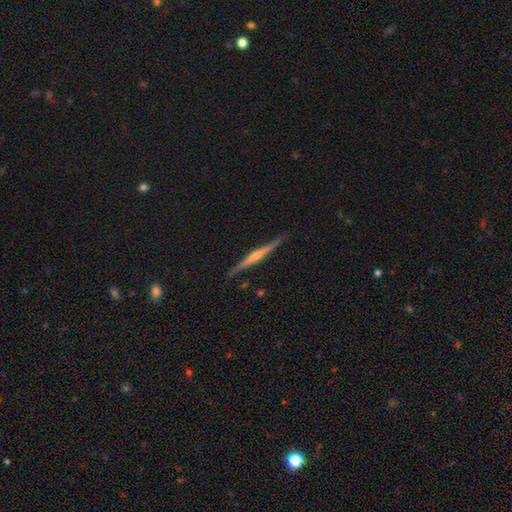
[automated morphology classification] This is likely a featured or disk galaxy (76%). It is clearly viewed edge-on (98%). Edge-on bulge: likely rounded (67%). Merging: clearly none (89%).